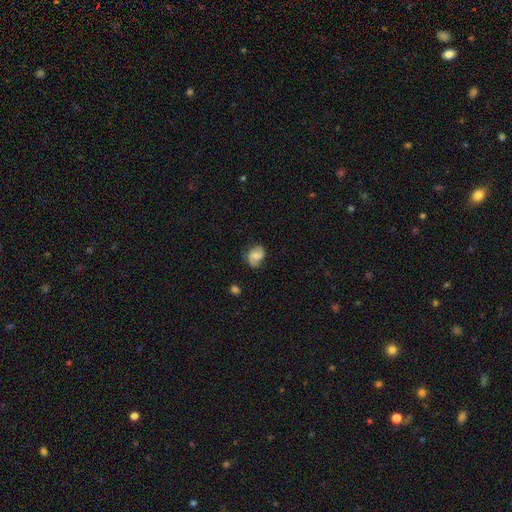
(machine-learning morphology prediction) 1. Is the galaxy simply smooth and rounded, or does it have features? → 55% featured or disk, 36% smooth, 8% star or artifact.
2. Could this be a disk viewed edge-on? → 97% no, 3% yes.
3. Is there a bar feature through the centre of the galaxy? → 55% no, 37% weak, 8% strong.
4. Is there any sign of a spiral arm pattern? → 91% yes, 9% no.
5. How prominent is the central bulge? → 44% moderate, 37% small, 12% none, 6% large, 2% dominant.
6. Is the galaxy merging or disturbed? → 70% none, 22% minor disturbance, 6% major disturbance, 1% merger.